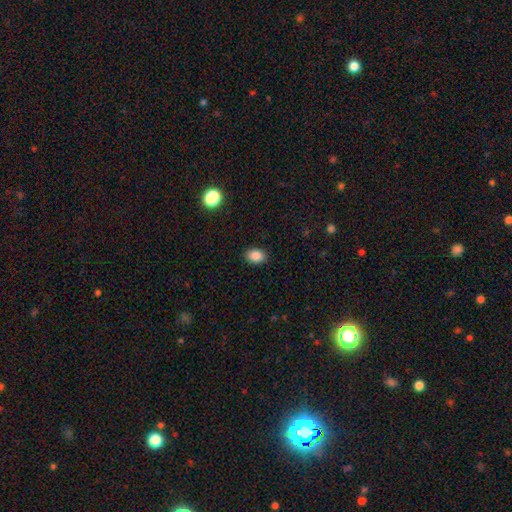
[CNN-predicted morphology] A smooth galaxy with no disk features (86%) that is in between round and cigar-shaped (75%).

Vote fractions:
- Smooth or featured? smooth: 86% / star or artifact: 10% / featured or disk: 5%
- How rounded? in between: 75% / round: 24% / cigar-shaped: 1%
- Merging? none: 89% / minor disturbance: 8% / major disturbance: 2% / merger: 1%